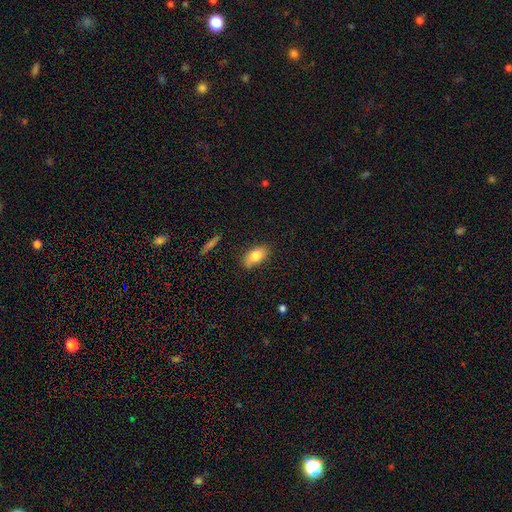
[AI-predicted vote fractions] This appears to be a smooth galaxy with no disk features (80%) that is in between round and cigar-shaped (90%). Merging: none (78%).